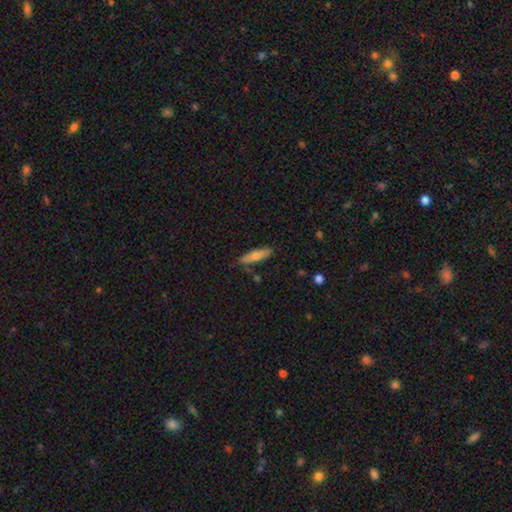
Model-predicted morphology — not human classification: smooth_or_featured: smooth (p=0.62) [alt: featured or disk p=0.31]
how_rounded: cigar-shaped (p=0.70) [alt: in between p=0.28]
merging: none (p=0.84) [alt: minor disturbance p=0.11]